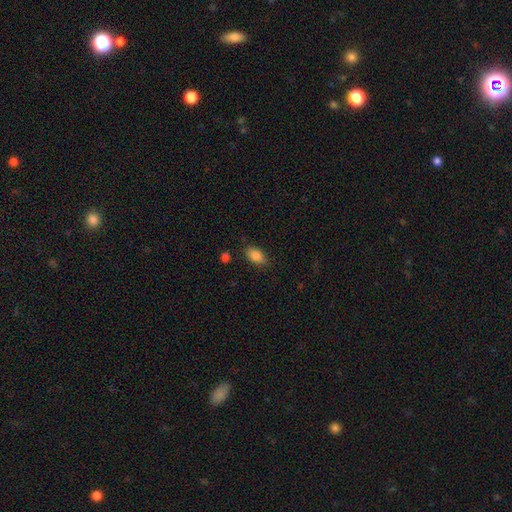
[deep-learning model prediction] Smooth or featured? smooth (85%)
How rounded? in between (91%)
Merging? none (83%)